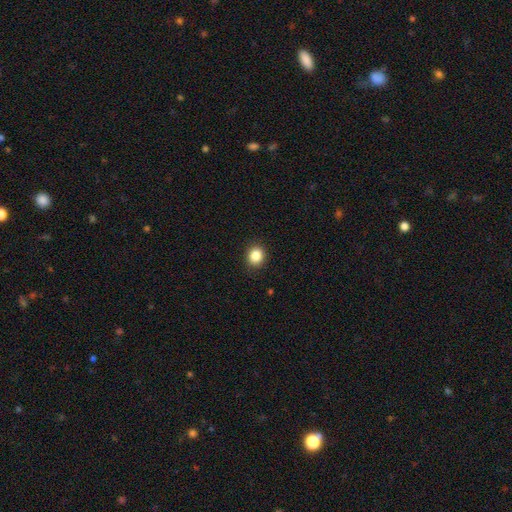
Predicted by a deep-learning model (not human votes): Smooth or featured? Predicted: smooth (p=0.86). How rounded? Predicted: round (p=0.80). Merging? Predicted: none (p=0.90).